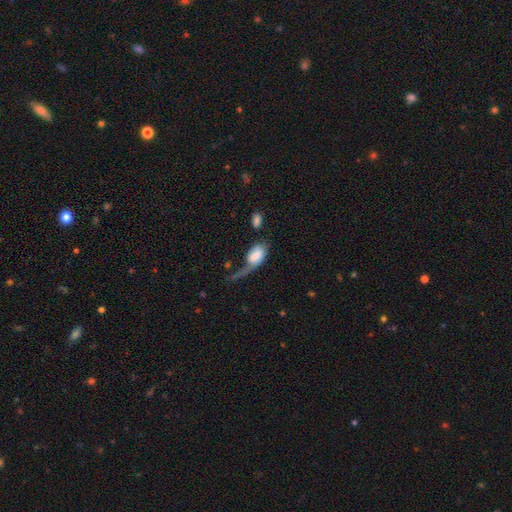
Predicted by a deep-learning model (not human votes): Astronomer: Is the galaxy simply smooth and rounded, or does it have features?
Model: smooth — 70%.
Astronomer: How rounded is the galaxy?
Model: in between — 90%.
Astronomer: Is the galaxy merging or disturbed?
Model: major disturbance — 51%.